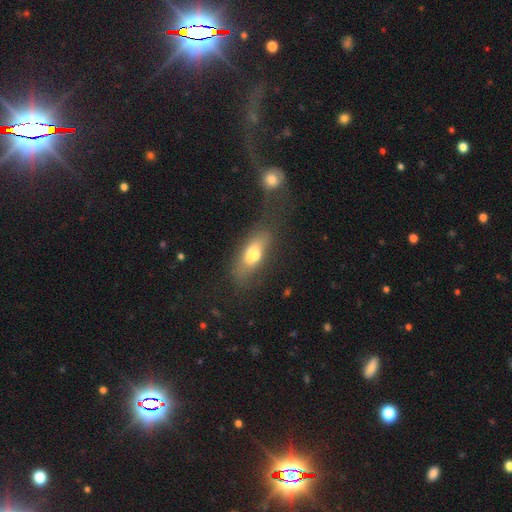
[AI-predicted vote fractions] A smooth galaxy with no disk features (67%) that is in between round and cigar-shaped (72%). Merging: none (55%).